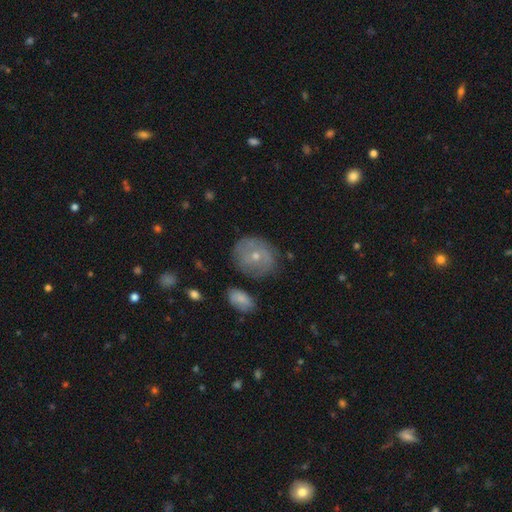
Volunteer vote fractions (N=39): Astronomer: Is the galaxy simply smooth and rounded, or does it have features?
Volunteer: featured or disk — 56% (runner-up: smooth, 33%).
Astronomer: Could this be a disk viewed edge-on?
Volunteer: no — 95%.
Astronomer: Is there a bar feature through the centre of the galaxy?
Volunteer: no — 76%.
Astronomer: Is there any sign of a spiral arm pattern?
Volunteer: yes — 57% (runner-up: no, 43%).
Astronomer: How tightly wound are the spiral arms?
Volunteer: tight — 42% (runner-up: medium, 33%).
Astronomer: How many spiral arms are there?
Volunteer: can't tell — 50%.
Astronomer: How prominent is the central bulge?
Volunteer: small — 86%.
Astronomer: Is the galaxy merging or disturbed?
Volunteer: none — 69%.